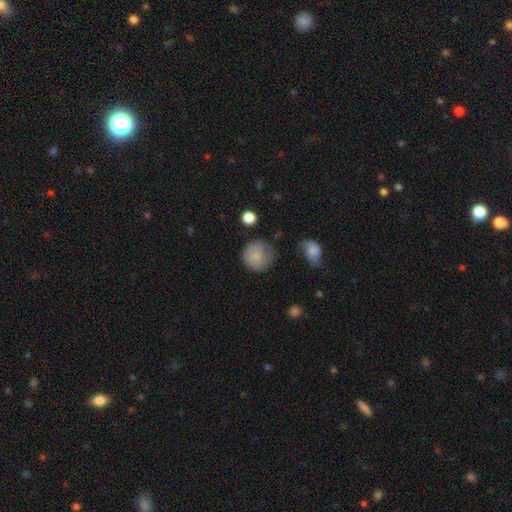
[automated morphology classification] Overall: smooth (80%). How rounded: round (89%). Merging: none (59%; minor disturbance 27%).